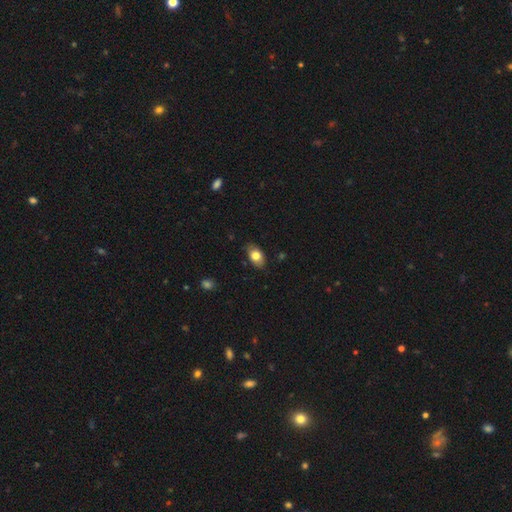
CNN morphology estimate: The model was most divided on "smooth or featured": smooth: 78%, featured or disk: 14%, star or artifact: 8%. More confident: how rounded — in between (88%); merging — none (80%).